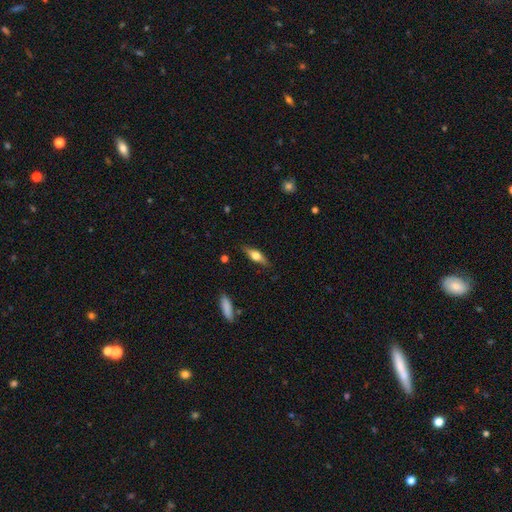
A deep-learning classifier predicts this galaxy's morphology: This appears to be a featured or disk galaxy (52%) viewed edge-on (93%). Merging: none (84%).